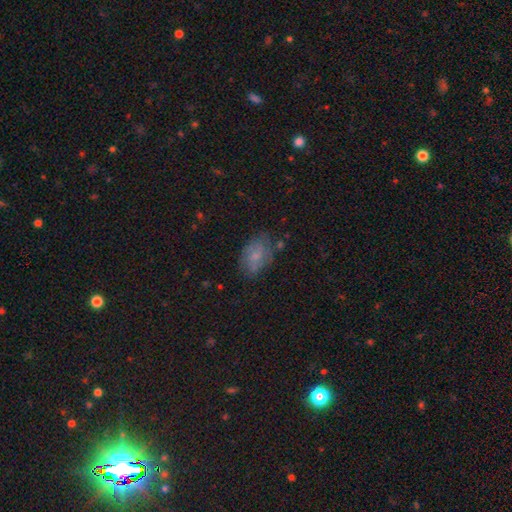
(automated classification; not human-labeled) Smooth or featured?
  - smooth: 69% *
  - featured or disk: 21%
  - star or artifact: 9%
How rounded?
  - in between: 86% *
  - round: 12%
  - cigar-shaped: 2%
Merging?
  - none: 63% *
  - minor disturbance: 25%
  - major disturbance: 9%
  - merger: 4%